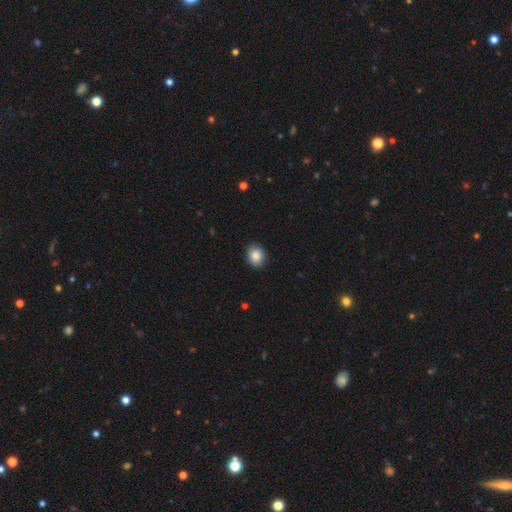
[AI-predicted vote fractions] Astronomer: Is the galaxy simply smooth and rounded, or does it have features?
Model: smooth — 86%.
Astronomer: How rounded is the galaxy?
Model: round — 56% (runner-up: in between, 43%).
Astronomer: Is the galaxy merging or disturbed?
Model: none — 88%.